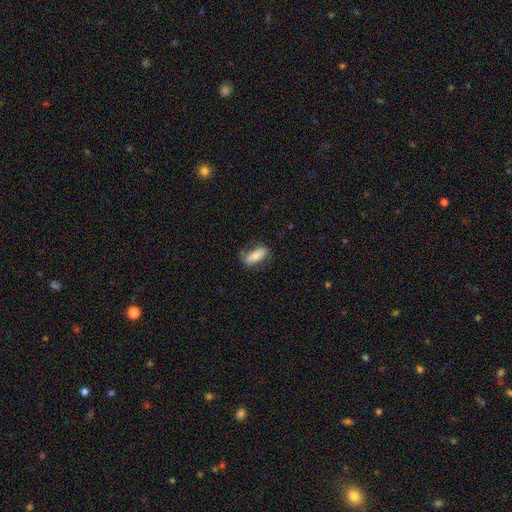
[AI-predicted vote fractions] Smooth or featured?
  - smooth: 63% *
  - featured or disk: 30%
  - star or artifact: 6%
How rounded?
  - in between: 77% *
  - cigar-shaped: 20%
  - round: 3%
Merging?
  - none: 70% *
  - minor disturbance: 21%
  - major disturbance: 8%
  - merger: 2%